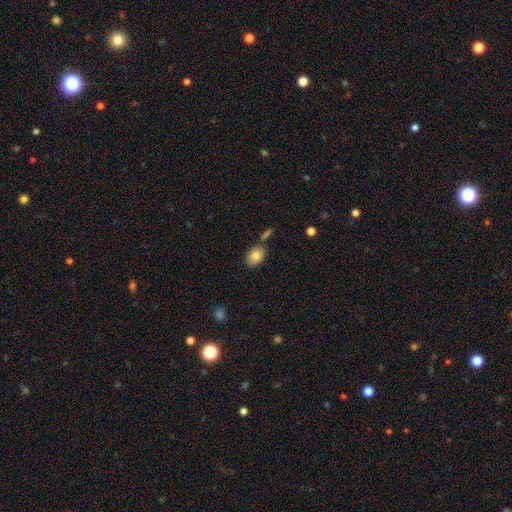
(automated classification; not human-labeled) smooth-or-featured: smooth: 81% | featured or disk: 12% | star or artifact: 8%
  how-rounded: in between: 80% | round: 19% | cigar-shaped: 1%
  merging: none: 72% | minor disturbance: 14% | merger: 11% | major disturbance: 3%